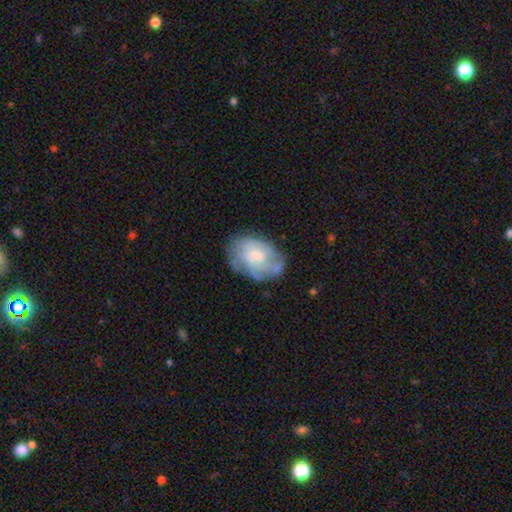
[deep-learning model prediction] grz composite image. It shows a featured or disk galaxy (60%) with no bar (62%), spiral arms (72%) and a small central bulge (51%). Merging: none (61%).